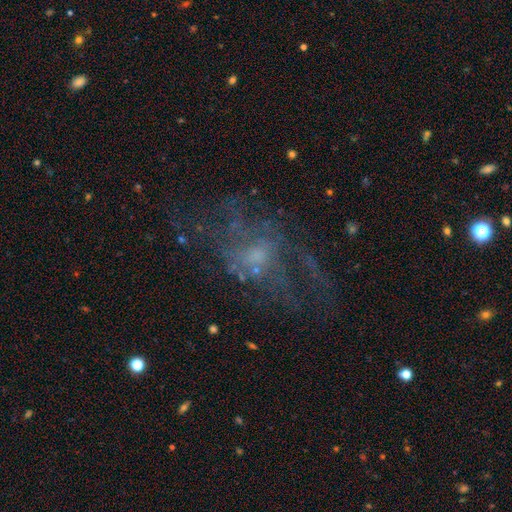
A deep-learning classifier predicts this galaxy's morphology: Overall: featured or disk (59%; smooth 21%). Edge-on disk: no (95%). Bar: no (78%). Spiral arms: no (60%; yes 40%). Bulge size: small (47%; moderate 30%). Merging: none (46%; major disturbance 35%).